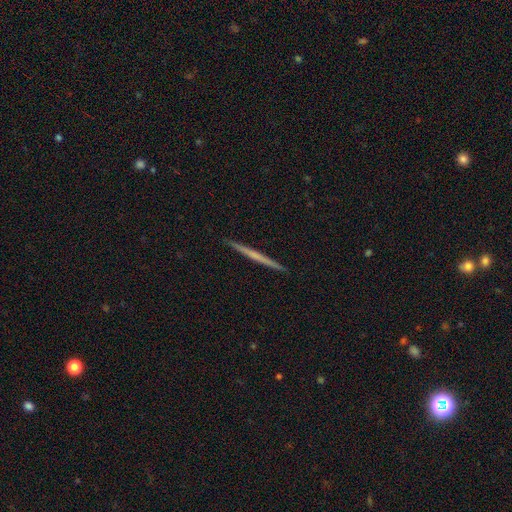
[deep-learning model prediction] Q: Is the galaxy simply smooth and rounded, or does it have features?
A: featured or disk — 57%.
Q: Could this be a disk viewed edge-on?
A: yes — 98%.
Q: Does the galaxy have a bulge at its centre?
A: none — 85%.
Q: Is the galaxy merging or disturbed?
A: none — 93%.